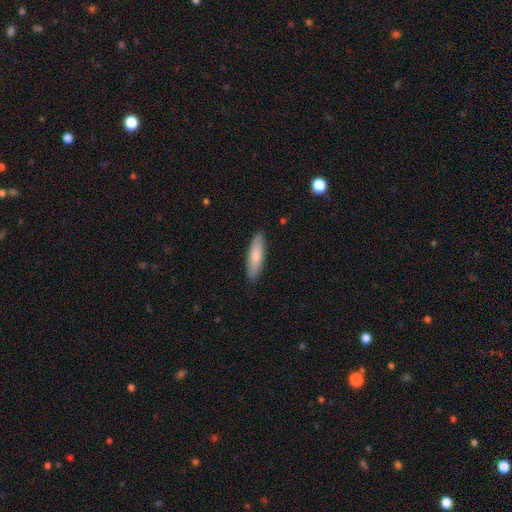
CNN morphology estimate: Q: Smooth or featured?
A: smooth (76%); runner-up: featured or disk (19%)
Q: How rounded?
A: cigar-shaped (63%); runner-up: in between (35%)
Q: Merging?
A: none (88%); runner-up: minor disturbance (9%)